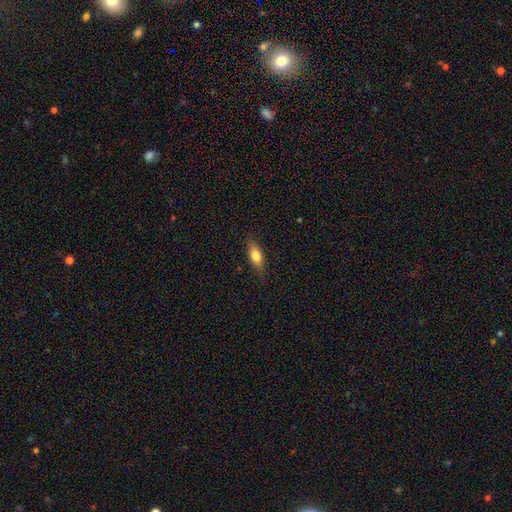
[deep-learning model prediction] This appears to be a smooth galaxy with no disk features (72%) that is in between round and cigar-shaped (69%). Merging: none (81%).